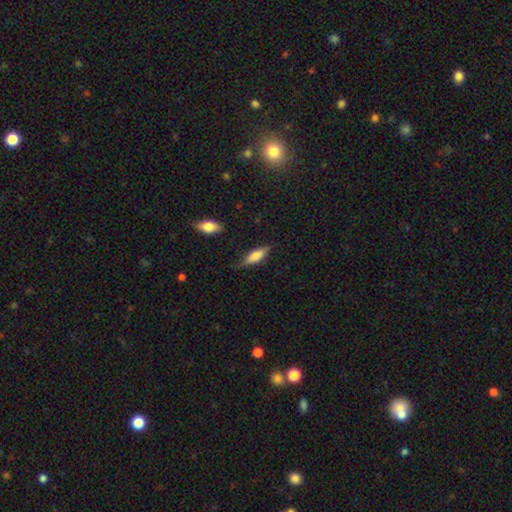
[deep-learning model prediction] Smooth or featured: smooth — 74% (featured or disk — 20%)
How rounded: in between — 63% (cigar-shaped — 35%)
Merging: none — 66% (minor disturbance — 25%)